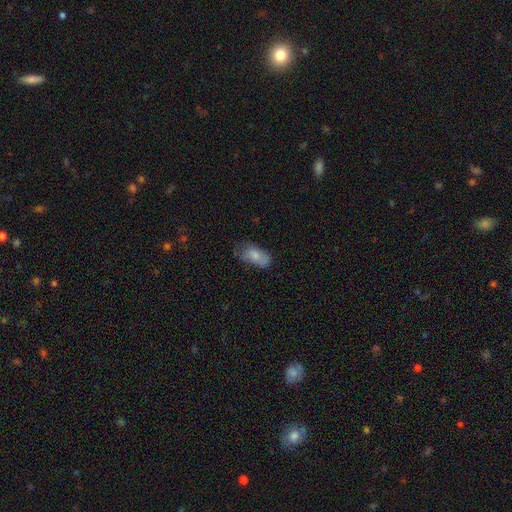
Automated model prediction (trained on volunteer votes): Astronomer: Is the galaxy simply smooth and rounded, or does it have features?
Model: smooth — 76%.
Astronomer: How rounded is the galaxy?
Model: in between — 92%.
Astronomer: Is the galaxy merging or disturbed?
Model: none — 47% (runner-up: minor disturbance, 34%).